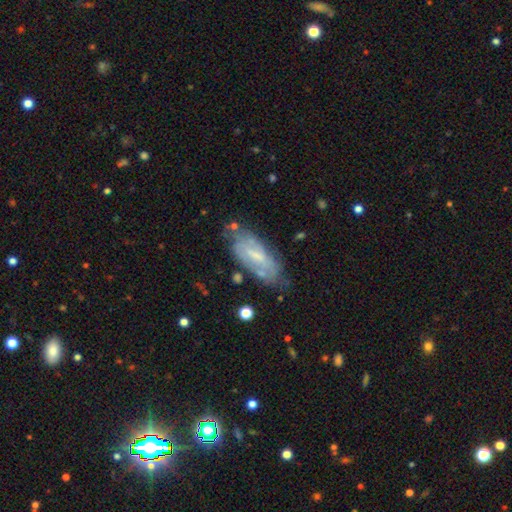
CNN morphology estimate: Q: Smooth or featured?
A: featured or disk (60%); runner-up: smooth (32%)
Q: Edge-on disk?
A: no (87%); runner-up: yes (13%)
Q: Bar?
A: weak (50%); runner-up: no (28%)
Q: Spiral arms?
A: yes (65%); runner-up: no (35%)
Q: Bulge size?
A: small (47%); runner-up: moderate (31%)
Q: Merging?
A: none (63%); runner-up: minor disturbance (24%)